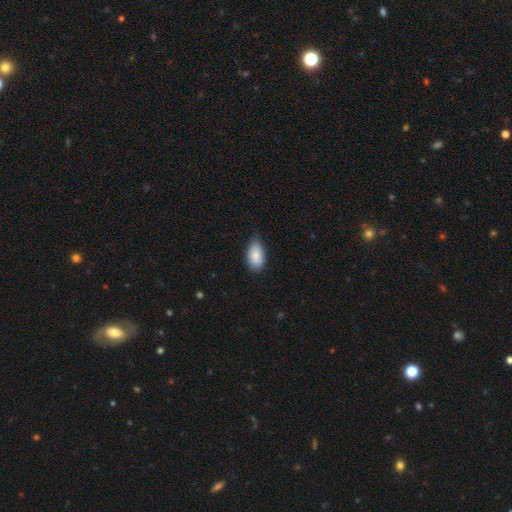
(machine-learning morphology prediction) Smooth or featured: smooth — 85% (featured or disk — 8%)
How rounded: in between — 93% (round — 4%)
Merging: none — 65% (minor disturbance — 30%)